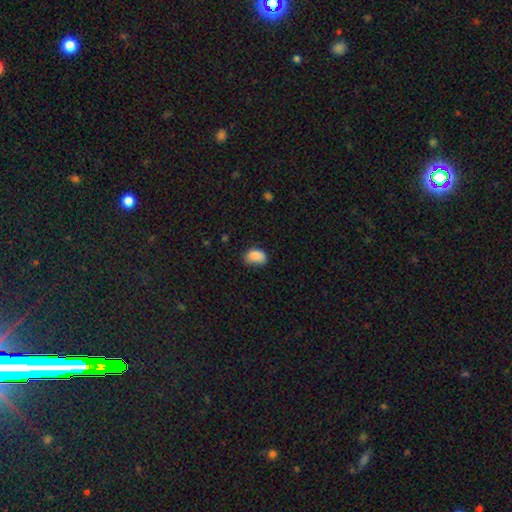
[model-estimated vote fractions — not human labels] Morphology: type=smooth (86%); roundness=in between (80%); merging=none (54%).